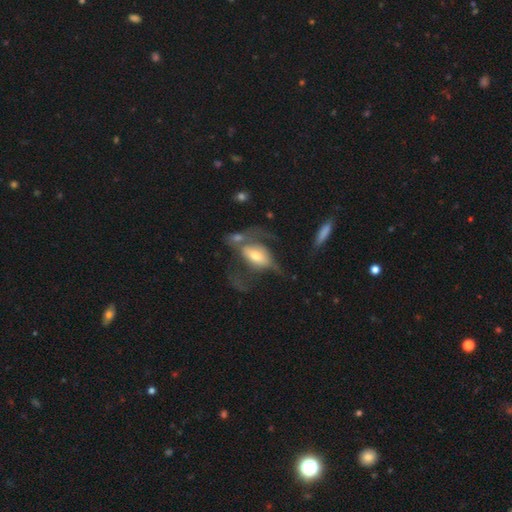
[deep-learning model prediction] A featured or disk galaxy (58%) with no bar (50%), spiral arms (57%) and a moderate central bulge (53%).

Vote fractions:
- Smooth or featured? featured or disk: 58% / smooth: 35% / star or artifact: 7%
- Edge-on disk? no: 86% / yes: 14%
- Bar? no: 50% / weak: 31% / strong: 19%
- Spiral arms? yes: 57% / no: 43%
- Bulge size? moderate: 53% / small: 23% / large: 19% / dominant: 3% / none: 3%
- Merging? major disturbance: 44% / none: 21% / merger: 21% / minor disturbance: 15%